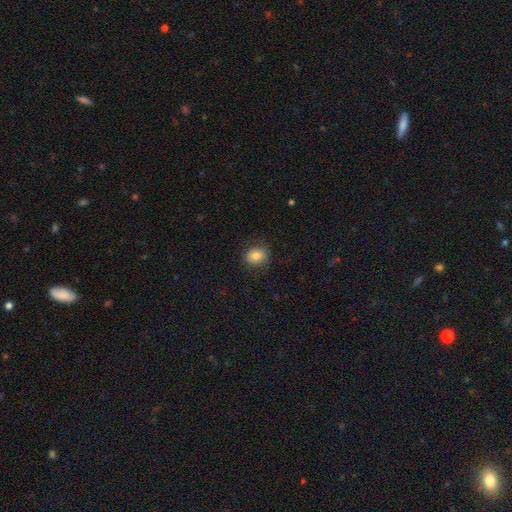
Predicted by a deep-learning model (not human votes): Smooth or featured? Predicted: smooth (p=0.84). How rounded? Predicted: round (p=0.66). Merging? Predicted: none (p=0.86).